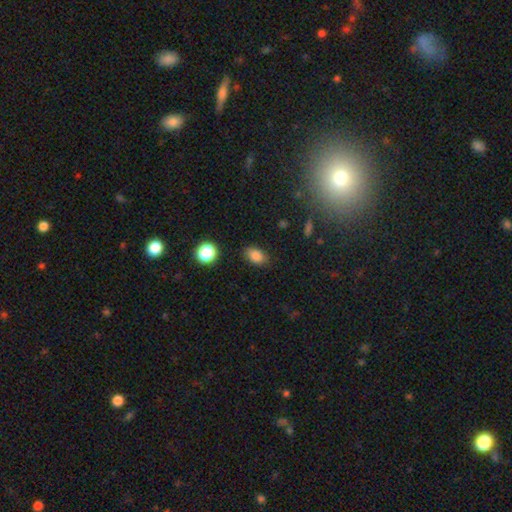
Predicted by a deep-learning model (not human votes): Morphology: type=smooth (85%); roundness=in between (83%); merging=none (82%).